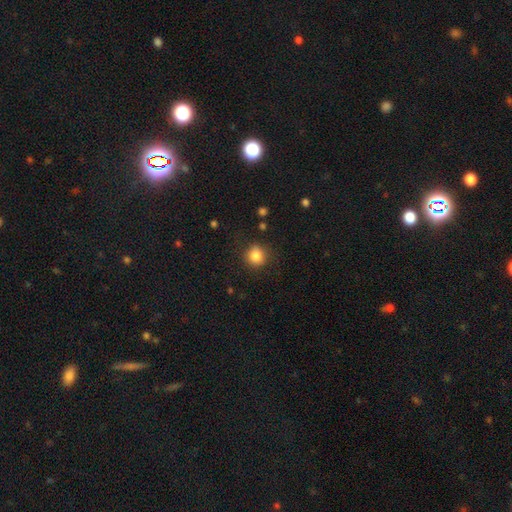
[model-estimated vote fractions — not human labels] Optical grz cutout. It shows a smooth galaxy with no disk features (84%) that is round (86%). Merging: none (83%).